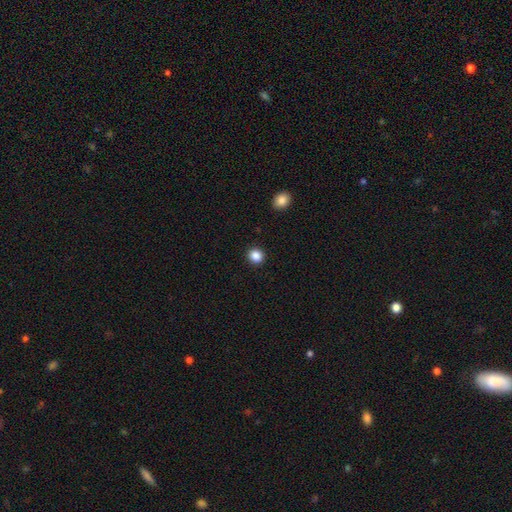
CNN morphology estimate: Smooth or featured? Predicted: smooth (p=0.86). How rounded? Predicted: round (p=0.86). Merging? Predicted: none (p=0.92).